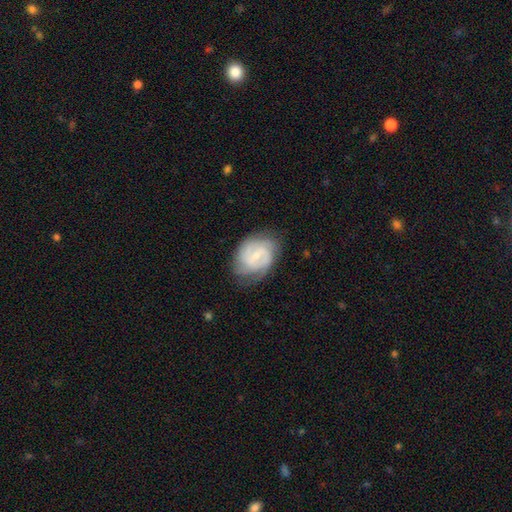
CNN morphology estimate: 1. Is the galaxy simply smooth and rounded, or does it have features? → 78% featured or disk, 16% smooth, 6% star or artifact.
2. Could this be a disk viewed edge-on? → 98% no, 2% yes.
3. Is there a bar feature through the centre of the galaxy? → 58% weak, 29% no, 14% strong.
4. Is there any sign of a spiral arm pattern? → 94% yes, 6% no.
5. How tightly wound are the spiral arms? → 48% tight, 42% medium, 10% loose.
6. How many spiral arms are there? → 51% 2, 21% can't tell, 18% 3, 4% 4, 4% 1, 3% more than 4.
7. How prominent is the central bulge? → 67% small, 23% moderate, 8% none, 1% large, 1% dominant.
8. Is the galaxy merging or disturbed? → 71% none, 21% minor disturbance, 7% major disturbance, 1% merger.